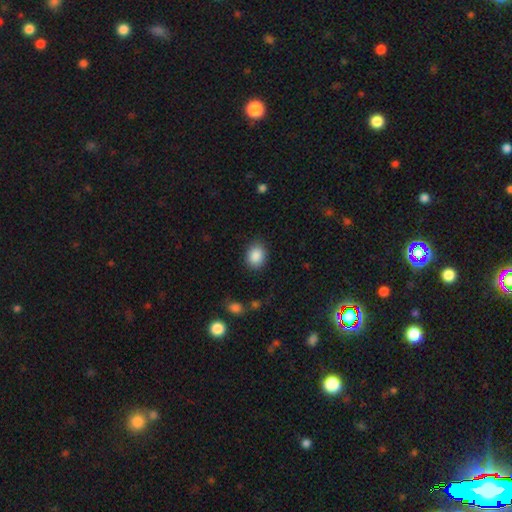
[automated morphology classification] type=smooth (88%); roundness=in between (51%); merging=none (86%).